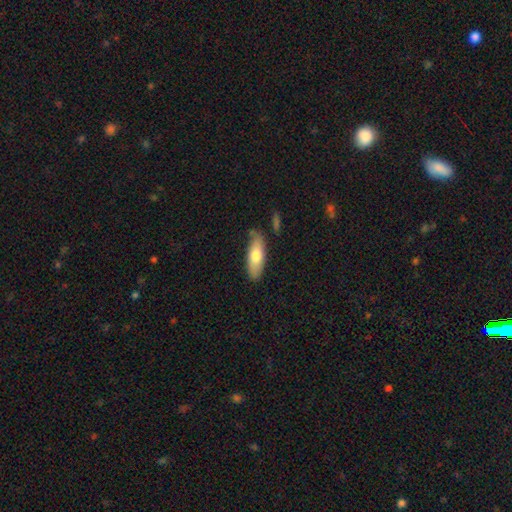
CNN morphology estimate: This is likely a smooth galaxy (72%). How rounded: likely in between (70%). Merging: likely none (72%).